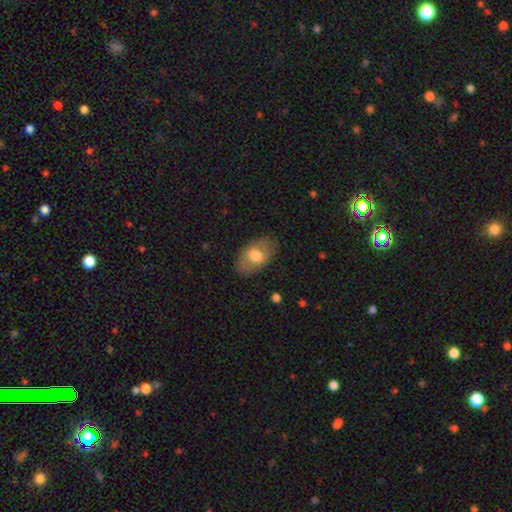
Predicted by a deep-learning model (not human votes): Morphology: type=smooth (63%); roundness=in between (90%); merging=none (79%).